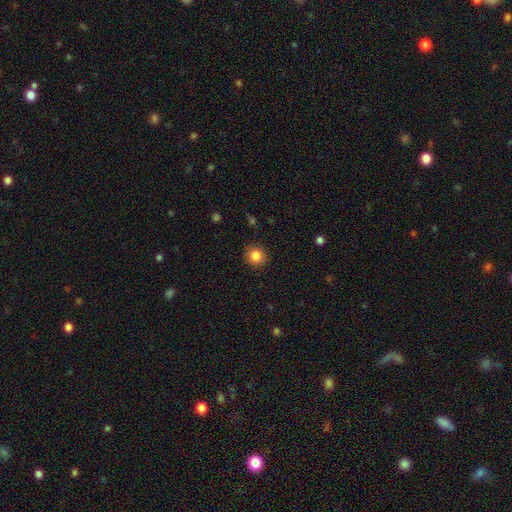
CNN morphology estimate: A smooth galaxy with no disk features (85%) that is round (92%).

Vote fractions:
- Smooth or featured? smooth: 85% / star or artifact: 10% / featured or disk: 5%
- How rounded? round: 92% / in between: 7% / cigar-shaped: 1%
- Merging? none: 91% / minor disturbance: 6% / major disturbance: 2% / merger: 1%